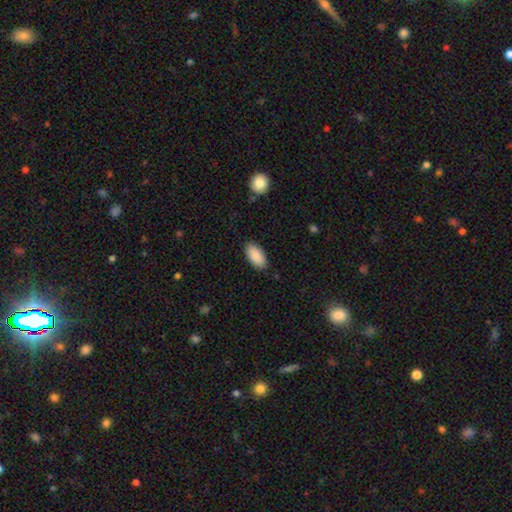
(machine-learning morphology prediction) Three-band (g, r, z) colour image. It shows a smooth galaxy with no disk features (90%) that is in between round and cigar-shaped (94%). Merging: none (88%).